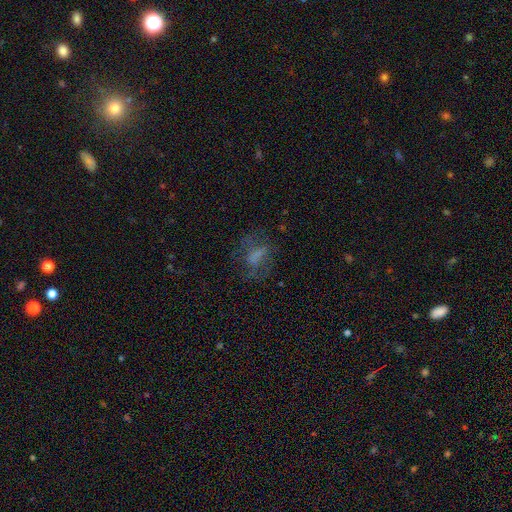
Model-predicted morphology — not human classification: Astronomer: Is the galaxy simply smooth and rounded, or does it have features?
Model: smooth — 44% (runner-up: featured or disk, 37%).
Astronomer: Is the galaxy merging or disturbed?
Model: none — 52% (runner-up: major disturbance, 27%).